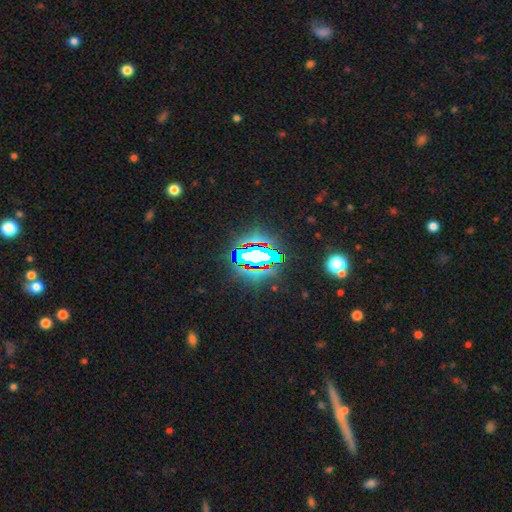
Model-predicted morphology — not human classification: Q: Smooth or featured?
A: star or artifact (71%); runner-up: smooth (16%)